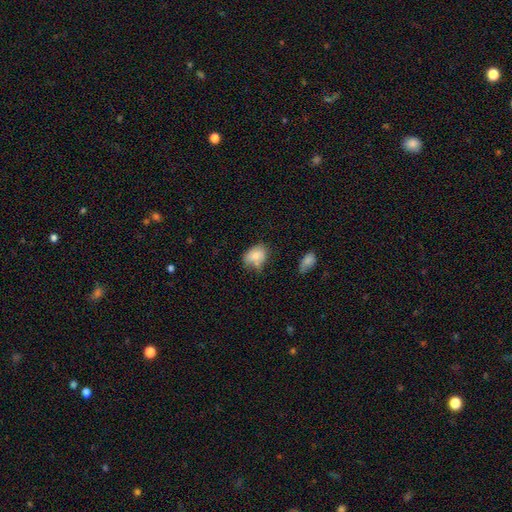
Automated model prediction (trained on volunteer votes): smooth-or-featured: smooth: 76% | featured or disk: 15% | star or artifact: 9%
  how-rounded: in between: 67% | round: 32% | cigar-shaped: 1%
  merging: none: 47% | minor disturbance: 33% | merger: 10% | major disturbance: 10%